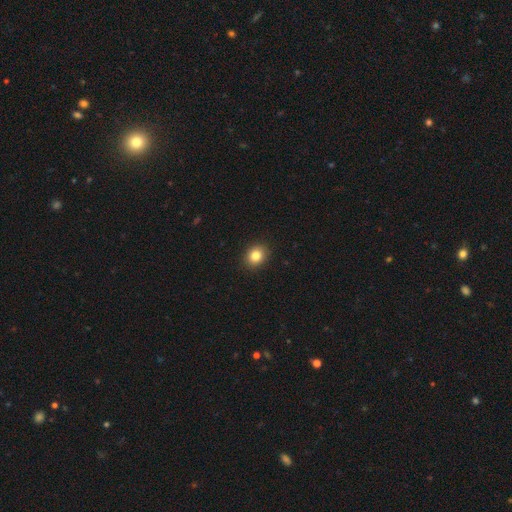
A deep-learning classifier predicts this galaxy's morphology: smooth 83%, star or artifact 11%, featured or disk 6%. Down the decision tree: how rounded — round (65%); merging — none (91%).